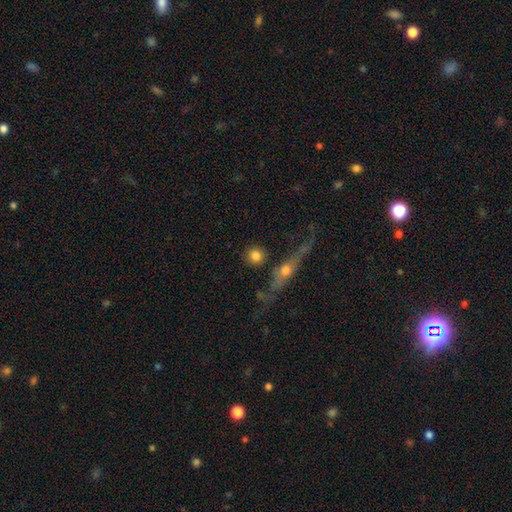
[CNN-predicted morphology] A smooth galaxy with no disk features (78%) that is round (90%). Merging: none (76%).